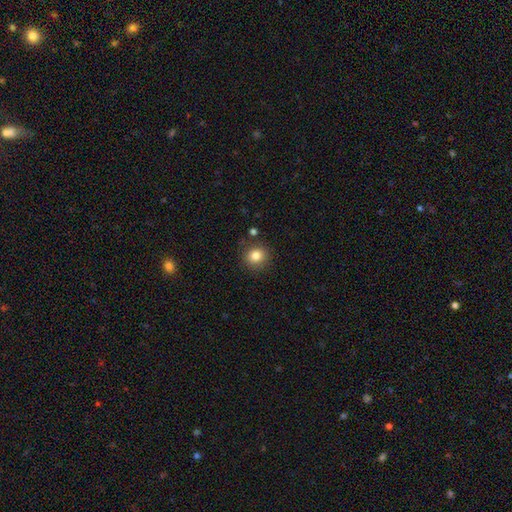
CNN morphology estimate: type=smooth (82%); roundness=round (88%); merging=none (86%).